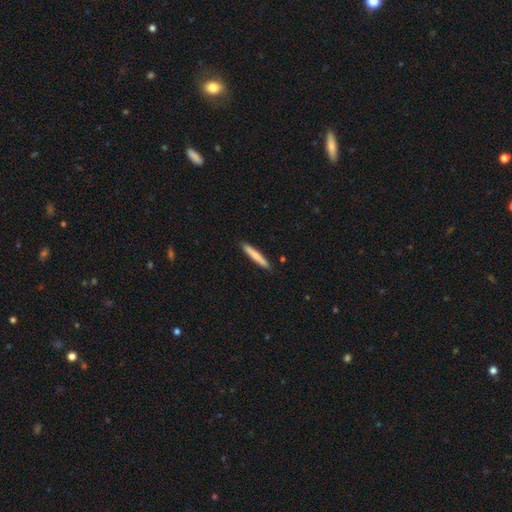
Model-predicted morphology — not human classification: A smooth galaxy with no disk features (74%) that is cigar-shaped (95%).

Vote fractions:
- Smooth or featured? smooth: 74% / featured or disk: 20% / star or artifact: 5%
- How rounded? cigar-shaped: 95% / in between: 4% / round: 1%
- Merging? none: 90% / minor disturbance: 8% / major disturbance: 1% / merger: 1%